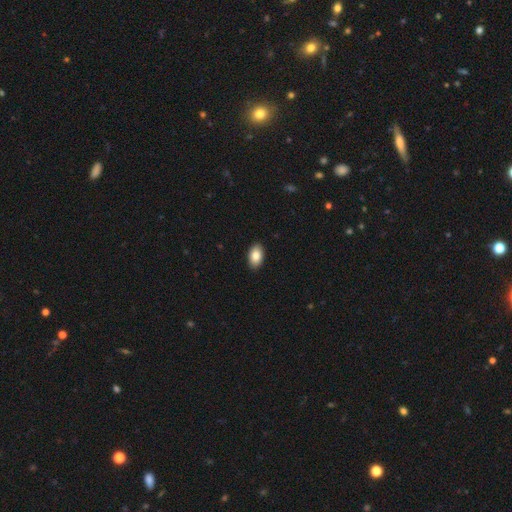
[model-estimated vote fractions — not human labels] smooth_or_featured: smooth (p=0.86) [alt: featured or disk p=0.07]
how_rounded: in between (p=0.93) [alt: round p=0.06]
merging: none (p=0.91) [alt: minor disturbance p=0.07]